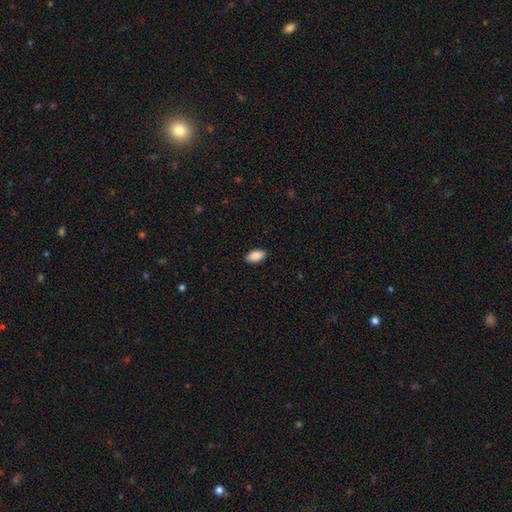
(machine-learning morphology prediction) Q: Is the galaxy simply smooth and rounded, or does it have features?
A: smooth — 89%.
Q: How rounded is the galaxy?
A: in between — 93%.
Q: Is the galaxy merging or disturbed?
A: none — 89%.